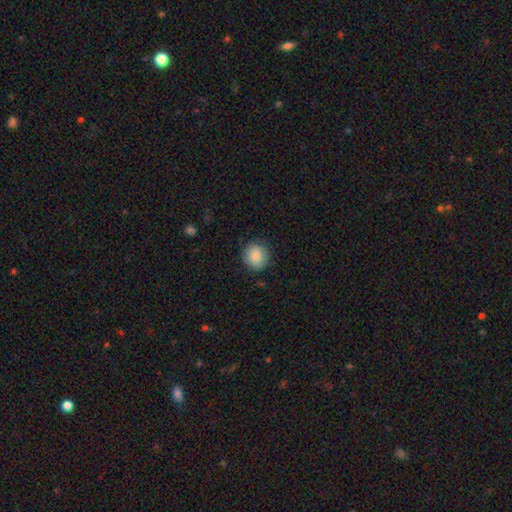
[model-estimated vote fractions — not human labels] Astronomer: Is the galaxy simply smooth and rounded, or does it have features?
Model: smooth — 87%.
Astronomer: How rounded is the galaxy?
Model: round — 87%.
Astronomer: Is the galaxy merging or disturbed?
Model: none — 84%.